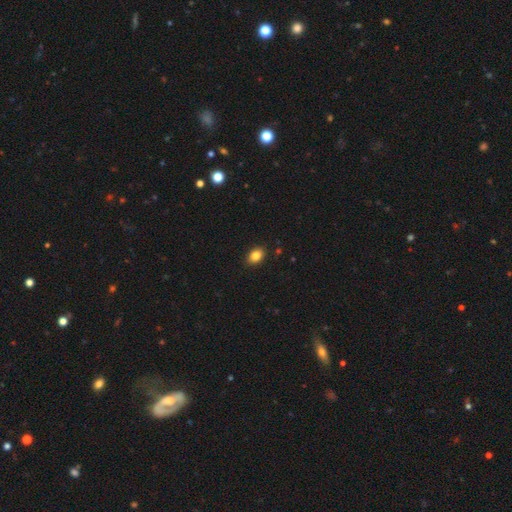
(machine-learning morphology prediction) Overall: smooth (85%). How rounded: in between (77%). Merging: none (88%).